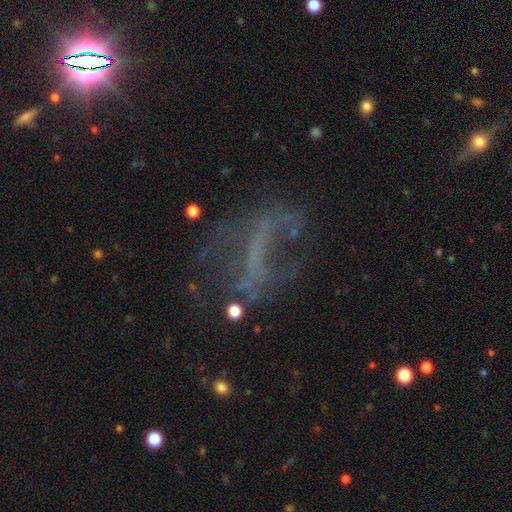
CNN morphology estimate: Smooth or featured? featured or disk (57%)
Edge-on disk? no (90%)
Bar? no (44%)
Spiral arms? no (66%)
Bulge size? none (75%)
Merging? none (43%)